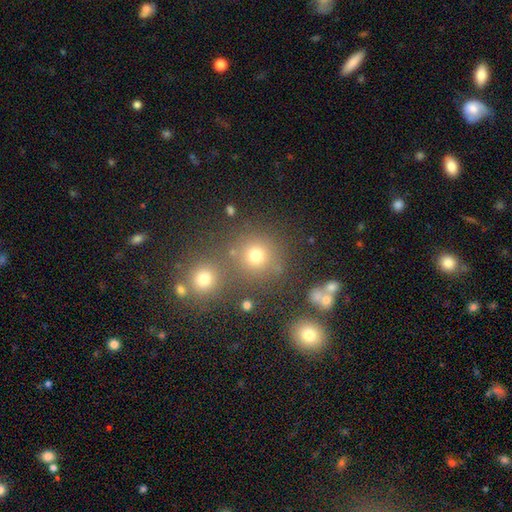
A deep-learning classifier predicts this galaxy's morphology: A smooth galaxy with no disk features (74%) that is round (90%).

Vote fractions:
- Smooth or featured? smooth: 74% / star or artifact: 18% / featured or disk: 8%
- How rounded? round: 90% / in between: 9% / cigar-shaped: 1%
- Merging? none: 68% / merger: 19% / minor disturbance: 8% / major disturbance: 4%